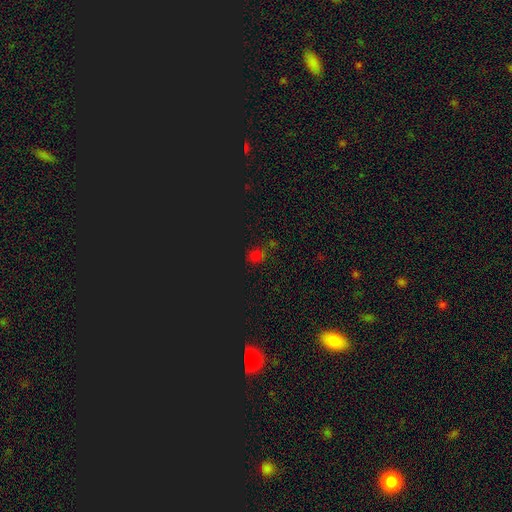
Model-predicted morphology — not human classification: Overall: star or artifact (56%; smooth 37%).